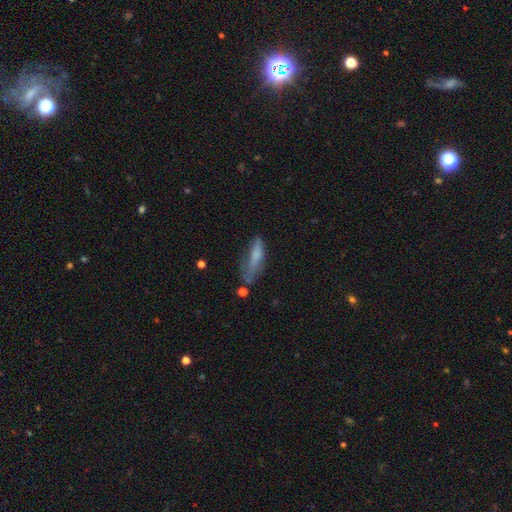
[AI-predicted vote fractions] Smooth or featured? Predicted: smooth (p=0.67). How rounded? Predicted: cigar-shaped (p=0.65). Merging? Predicted: none (p=0.42).